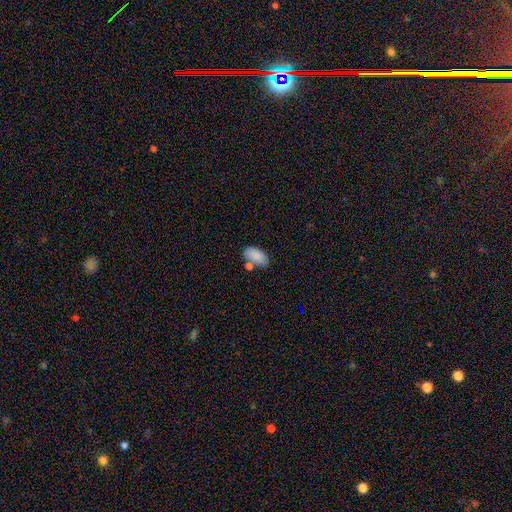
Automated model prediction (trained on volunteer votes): The model was most divided on "merging": none: 57%, merger: 20%, minor disturbance: 17%, major disturbance: 5%. More confident: how rounded — in between (93%); smooth or featured — smooth (85%).